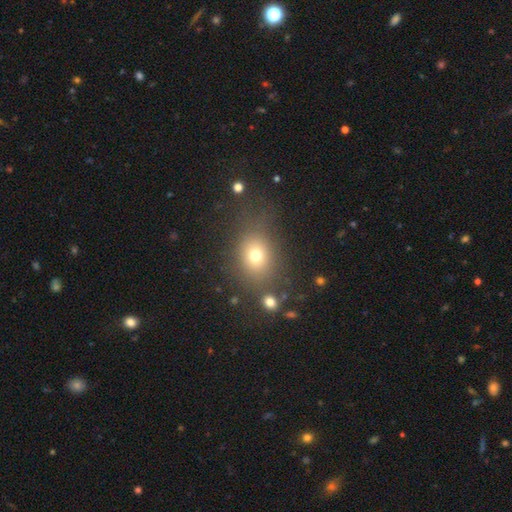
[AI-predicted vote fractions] Morphology: type=smooth (72%); roundness=round (53%); merging=none (69%).